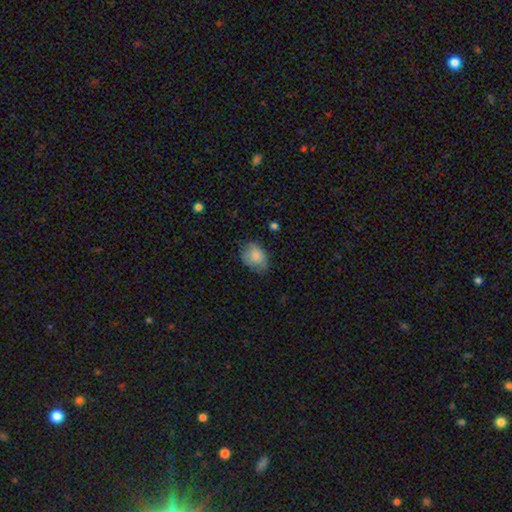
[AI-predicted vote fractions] This is clearly a smooth galaxy (82%). How rounded: likely in between (70%). Merging: possibly none (58%).